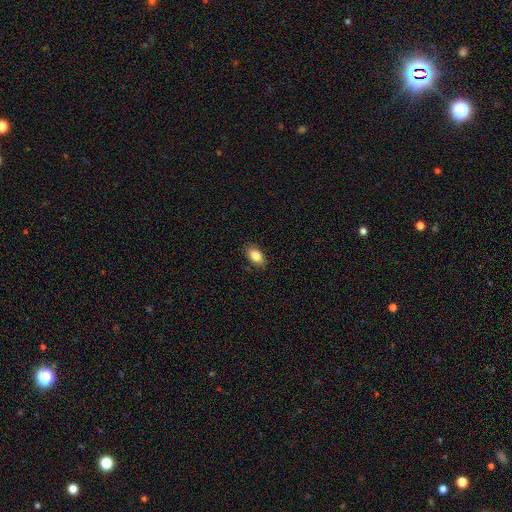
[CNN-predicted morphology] A smooth galaxy with no disk features (85%) that is in between round and cigar-shaped (91%). Merging: none (88%).